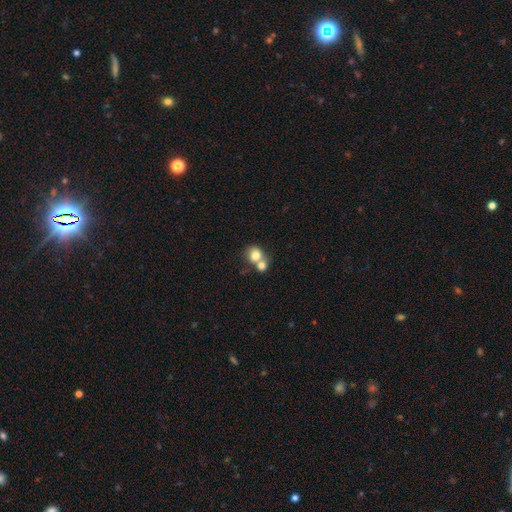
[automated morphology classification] type=smooth (77%); roundness=round (74%); merging=merger (58%).